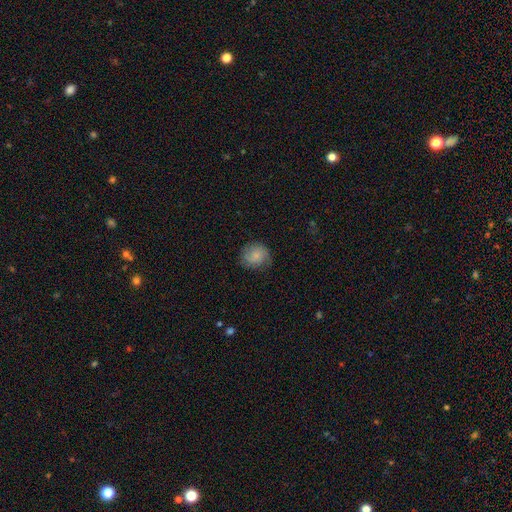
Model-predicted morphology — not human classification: Smooth or featured? Predicted: smooth (p=0.71). How rounded? Predicted: round (p=0.81). Merging? Predicted: none (p=0.72).